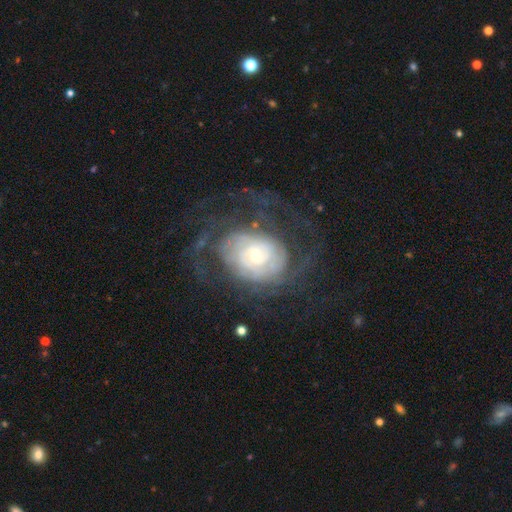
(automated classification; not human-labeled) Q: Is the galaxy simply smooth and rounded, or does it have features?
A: featured or disk — 84%.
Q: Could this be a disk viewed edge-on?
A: no — 97%.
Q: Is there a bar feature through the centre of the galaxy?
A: no — 65%.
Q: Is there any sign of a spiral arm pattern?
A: yes — 92%.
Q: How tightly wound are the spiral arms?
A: tight — 60%.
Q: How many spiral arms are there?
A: can't tell — 39%.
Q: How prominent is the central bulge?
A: small — 48%.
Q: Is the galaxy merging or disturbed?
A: none — 60%.